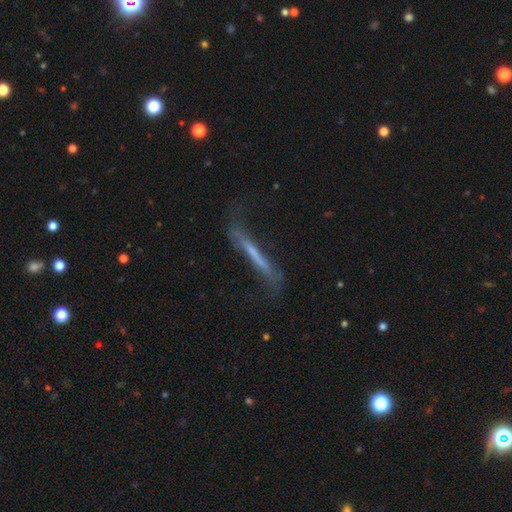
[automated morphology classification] Smooth or featured: featured or disk — 57% (smooth — 34%)
Edge-on disk: yes — 78% (no — 22%)
Merging: none — 56% (minor disturbance — 24%)